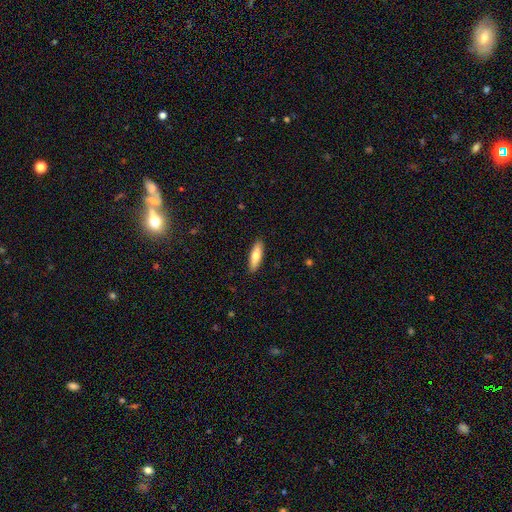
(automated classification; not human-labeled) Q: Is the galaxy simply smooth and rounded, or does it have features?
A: smooth — 71%.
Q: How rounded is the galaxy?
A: cigar-shaped — 52%.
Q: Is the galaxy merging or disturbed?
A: none — 89%.